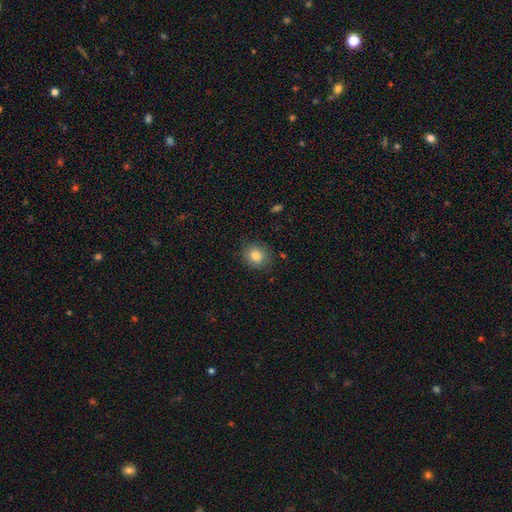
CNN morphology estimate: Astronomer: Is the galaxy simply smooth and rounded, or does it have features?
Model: smooth — 82%.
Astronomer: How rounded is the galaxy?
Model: round — 78%.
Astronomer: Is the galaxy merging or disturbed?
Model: none — 84%.